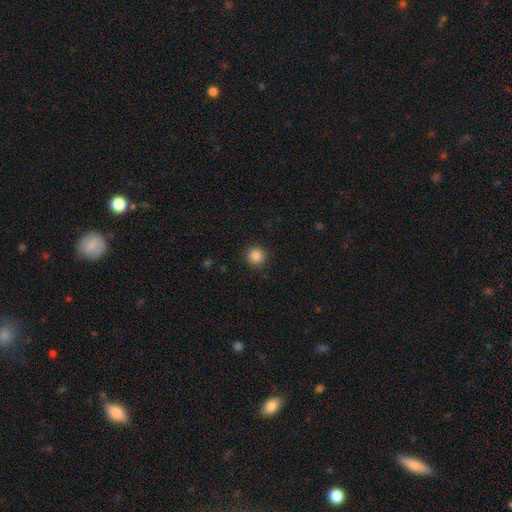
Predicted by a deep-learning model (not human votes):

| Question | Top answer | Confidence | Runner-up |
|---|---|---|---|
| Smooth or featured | smooth | 85% | star or artifact (11%) |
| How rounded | round | 95% | in between (5%) |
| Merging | none | 91% | minor disturbance (6%) |